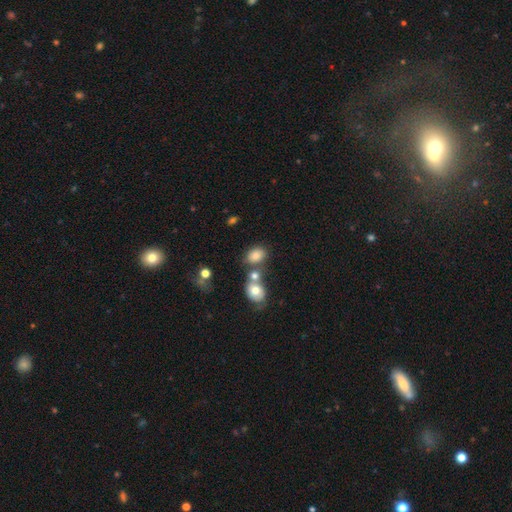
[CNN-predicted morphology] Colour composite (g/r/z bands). It shows a smooth galaxy with no disk features (78%) that is in between round and cigar-shaped (72%). Merging: none (49%).